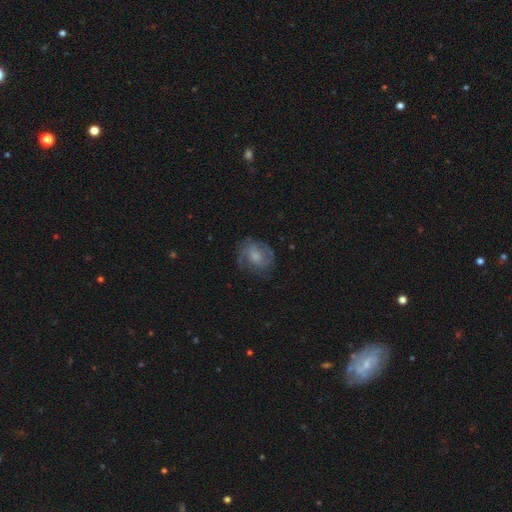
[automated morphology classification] A featured or disk galaxy (65%) with no bar (57%), 2 (55%) medium (46%) spiral arms (87%) and a moderate central bulge (42%).

Vote fractions:
- Smooth or featured? featured or disk: 65% / smooth: 27% / star or artifact: 8%
- Edge-on disk? no: 97% / yes: 3%
- Bar? no: 57% / weak: 37% / strong: 6%
- Spiral arms? yes: 87% / no: 13%
- Spiral winding? medium: 46% / tight: 35% / loose: 19%
- Spiral arm count? 2: 55% / can't tell: 21% / 3: 12% / 1: 6% / 4: 3% / more than 4: 3%
- Bulge size? moderate: 42% / small: 32% / none: 14% / large: 11% / dominant: 2%
- Merging? none: 67% / minor disturbance: 20% / major disturbance: 12% / merger: 1%